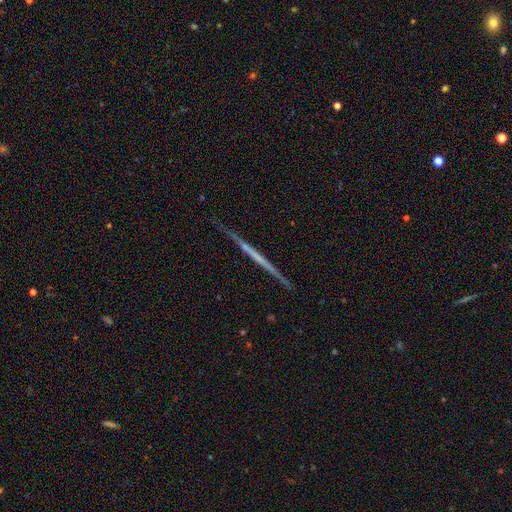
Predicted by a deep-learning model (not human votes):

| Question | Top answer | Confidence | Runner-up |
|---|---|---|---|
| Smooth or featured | featured or disk | 68% | smooth (25%) |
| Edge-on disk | yes | 97% | no (3%) |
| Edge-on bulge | none | 90% | rounded (7%) |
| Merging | none | 89% | minor disturbance (8%) |